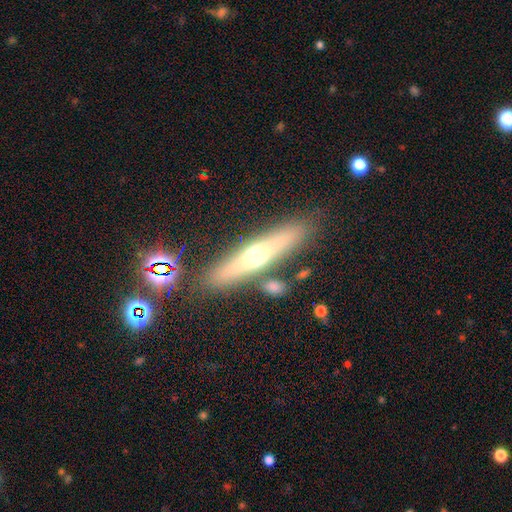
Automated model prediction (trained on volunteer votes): Smooth or featured? Predicted: featured or disk (p=0.54). Edge-on disk? Predicted: yes (p=0.89). Merging? Predicted: none (p=0.81).